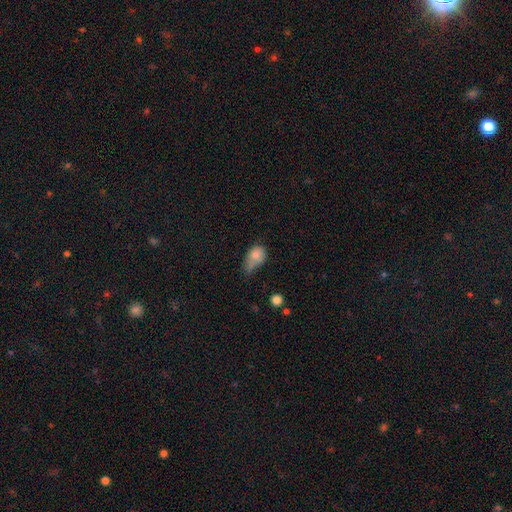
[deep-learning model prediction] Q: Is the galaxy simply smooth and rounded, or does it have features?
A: smooth — 77%.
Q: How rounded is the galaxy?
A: in between — 75%.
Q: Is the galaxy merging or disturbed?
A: minor disturbance — 38%.